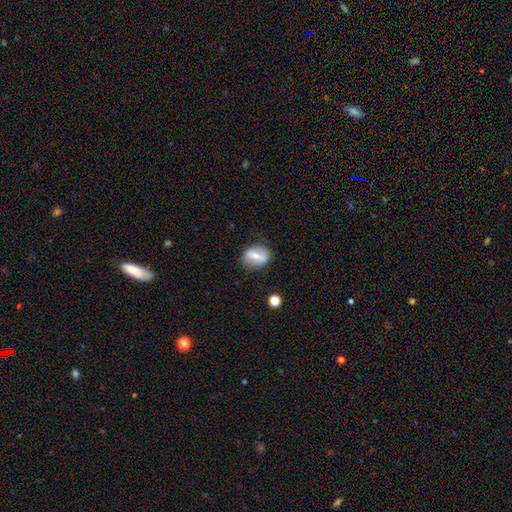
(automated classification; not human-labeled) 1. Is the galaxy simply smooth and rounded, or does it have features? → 49% featured or disk, 43% smooth, 8% star or artifact.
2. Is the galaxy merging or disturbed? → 76% none, 17% minor disturbance, 5% major disturbance, 2% merger.